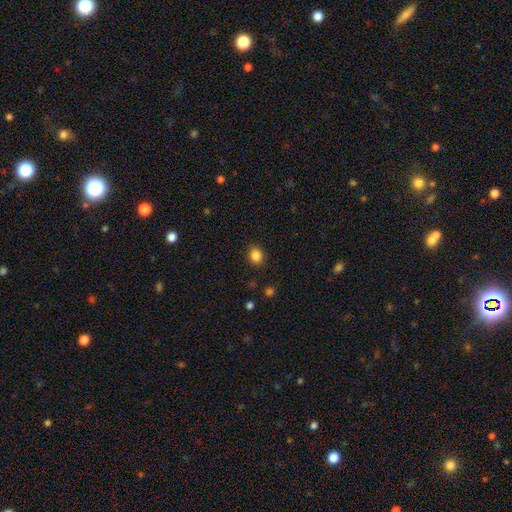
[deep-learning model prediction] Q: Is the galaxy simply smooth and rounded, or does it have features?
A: smooth — 85%.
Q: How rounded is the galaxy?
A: round — 57%.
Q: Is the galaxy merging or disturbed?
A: none — 86%.